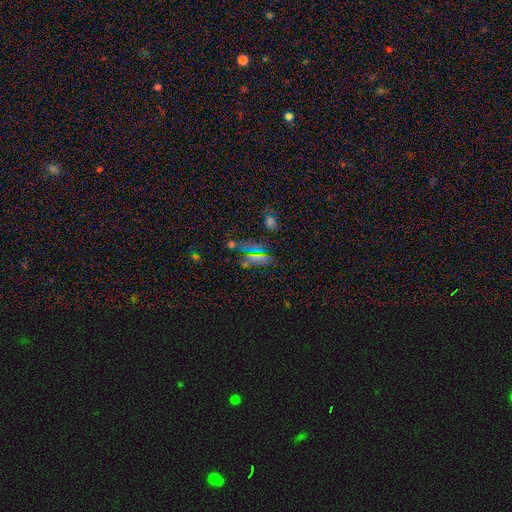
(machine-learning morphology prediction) This is possibly a star or artifact rather than a galaxy (47%).